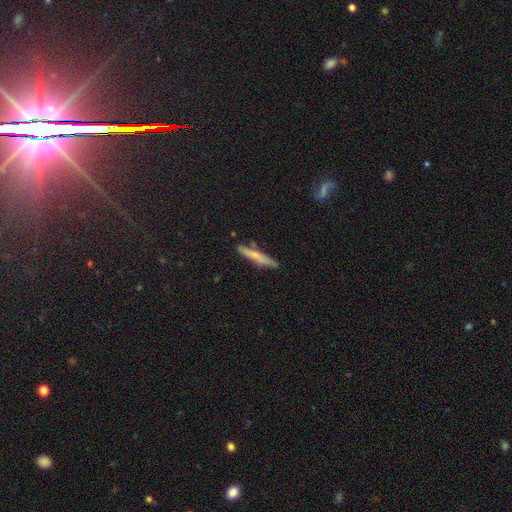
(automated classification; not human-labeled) Smooth or featured?
  - smooth: 64% *
  - featured or disk: 29%
  - star or artifact: 7%
How rounded?
  - cigar-shaped: 93% *
  - in between: 6%
  - round: 2%
Merging?
  - none: 79% *
  - minor disturbance: 15%
  - merger: 3%
  - major disturbance: 3%